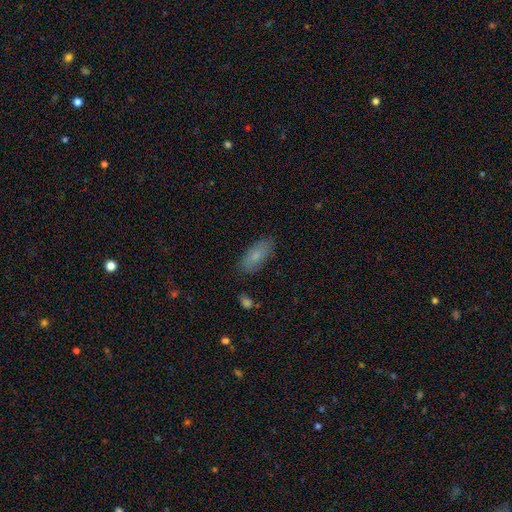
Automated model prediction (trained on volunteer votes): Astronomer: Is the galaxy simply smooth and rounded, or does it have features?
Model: smooth — 79%.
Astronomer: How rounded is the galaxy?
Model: in between — 82%.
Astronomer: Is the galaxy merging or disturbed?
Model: none — 82%.